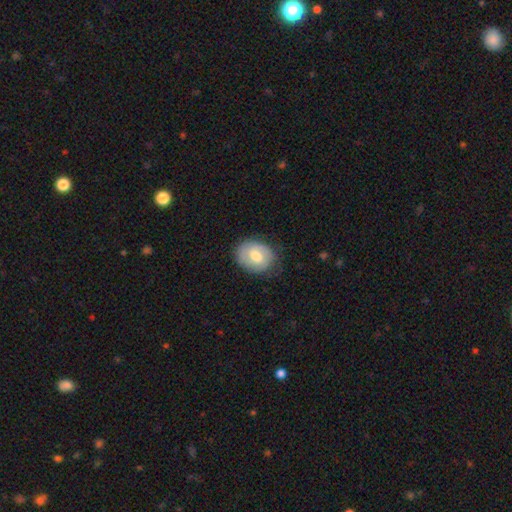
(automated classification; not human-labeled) Morphology: type=smooth (55%); roundness=in between (53%); merging=none (75%).